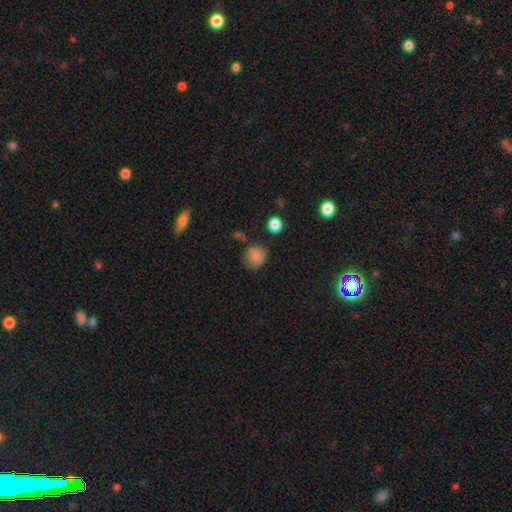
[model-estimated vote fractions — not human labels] A smooth galaxy with no disk features (83%) that is round (87%).

Vote fractions:
- Smooth or featured? smooth: 83% / star or artifact: 12% / featured or disk: 5%
- How rounded? round: 87% / in between: 12% / cigar-shaped: 1%
- Merging? none: 75% / minor disturbance: 17% / major disturbance: 5% / merger: 4%